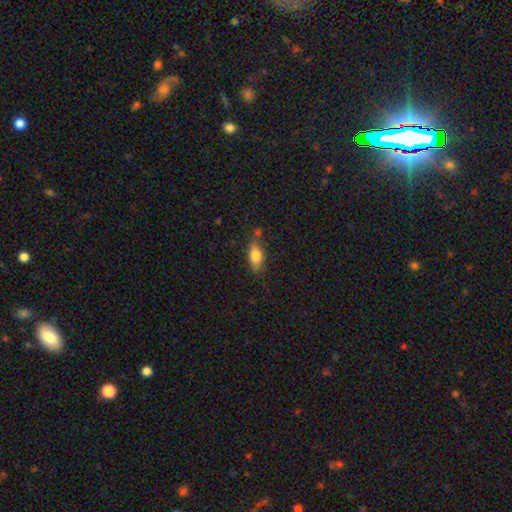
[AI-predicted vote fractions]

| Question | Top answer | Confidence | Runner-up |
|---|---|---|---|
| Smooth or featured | smooth | 78% | featured or disk (14%) |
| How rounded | in between | 83% | cigar-shaped (12%) |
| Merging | none | 67% | minor disturbance (20%) |